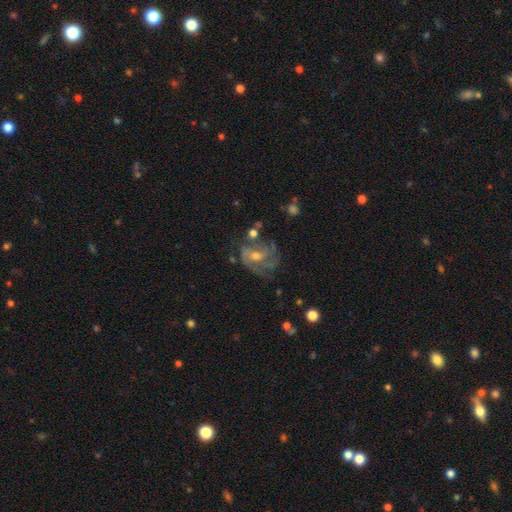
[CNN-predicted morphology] A featured or disk galaxy (75%) with no bar (48%), medium (43%) spiral arms (84%) and a moderate central bulge (55%).

Vote fractions:
- Smooth or featured? featured or disk: 75% / smooth: 14% / star or artifact: 11%
- Edge-on disk? no: 97% / yes: 3%
- Bar? no: 48% / weak: 42% / strong: 11%
- Spiral arms? yes: 84% / no: 16%
- Spiral winding? medium: 43% / tight: 38% / loose: 19%
- Spiral arm count? can't tell: 35% / 3: 25% / 2: 22% / 4: 8% / 1: 6% / more than 4: 5%
- Bulge size? moderate: 55% / small: 39% / large: 3% / none: 3% / dominant: 1%
- Merging? none: 53% / minor disturbance: 21% / major disturbance: 21% / merger: 6%